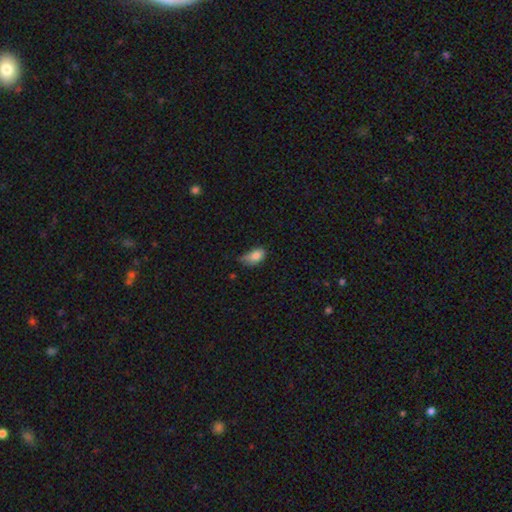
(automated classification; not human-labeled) Morphology: type=smooth (82%); roundness=in between (89%); merging=minor disturbance (47%).